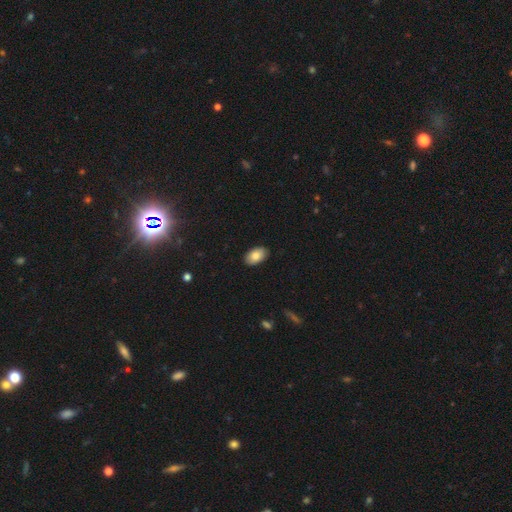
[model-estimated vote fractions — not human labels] The model was most divided on "smooth or featured": smooth: 85%, featured or disk: 8%, star or artifact: 7%. More confident: how rounded — in between (94%); merging — none (89%).